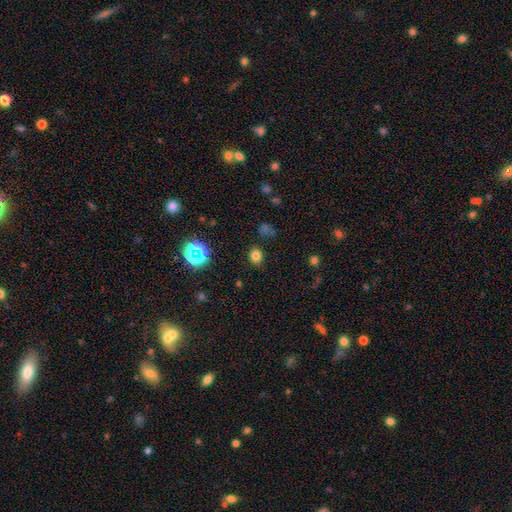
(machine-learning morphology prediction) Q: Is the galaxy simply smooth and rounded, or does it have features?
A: smooth — 76%.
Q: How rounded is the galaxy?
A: round — 60%.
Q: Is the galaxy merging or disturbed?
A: none — 84%.